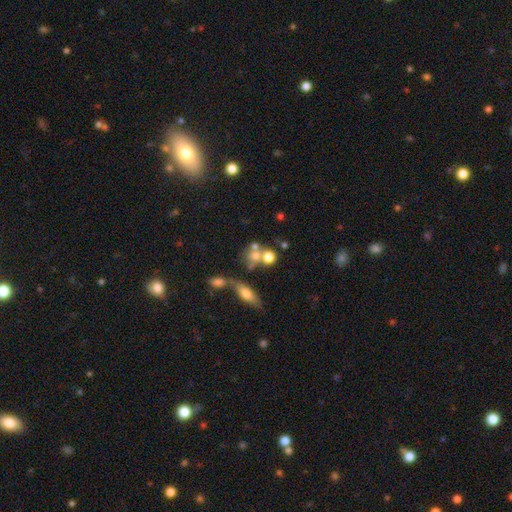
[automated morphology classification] Smooth or featured?
  - smooth: 65% *
  - featured or disk: 20%
  - star or artifact: 15%
How rounded?
  - round: 70% *
  - in between: 27%
  - cigar-shaped: 3%
Merging?
  - merger: 45% *
  - none: 39%
  - minor disturbance: 10%
  - major disturbance: 6%